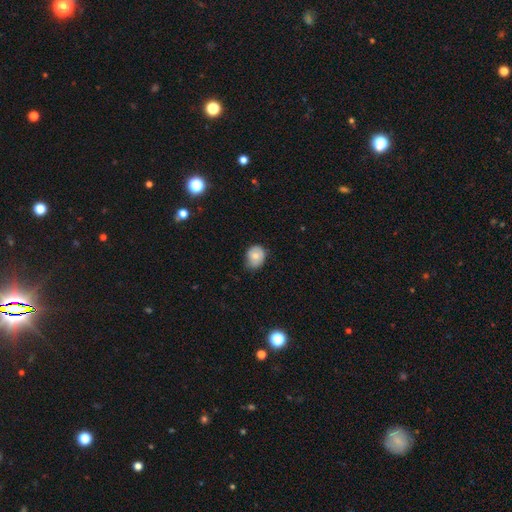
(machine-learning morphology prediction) Smooth or featured?
  - smooth: 71% *
  - featured or disk: 21%
  - star or artifact: 8%
How rounded?
  - in between: 50% *
  - round: 49%
  - cigar-shaped: 1%
Merging?
  - none: 60% *
  - minor disturbance: 33%
  - major disturbance: 5%
  - merger: 1%